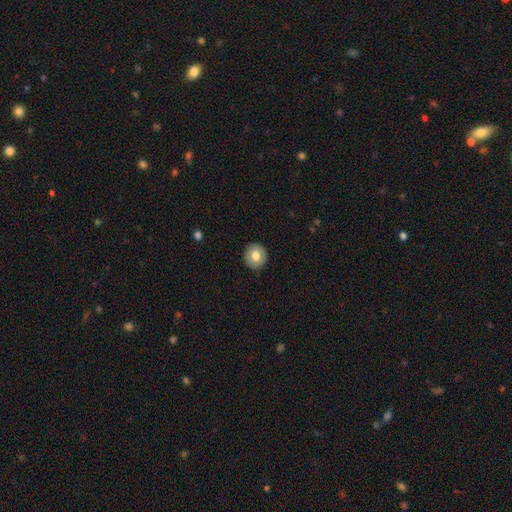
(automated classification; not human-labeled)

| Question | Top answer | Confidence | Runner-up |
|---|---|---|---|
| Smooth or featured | smooth | 75% | featured or disk (17%) |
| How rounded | round | 87% | in between (13%) |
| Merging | none | 90% | minor disturbance (7%) |